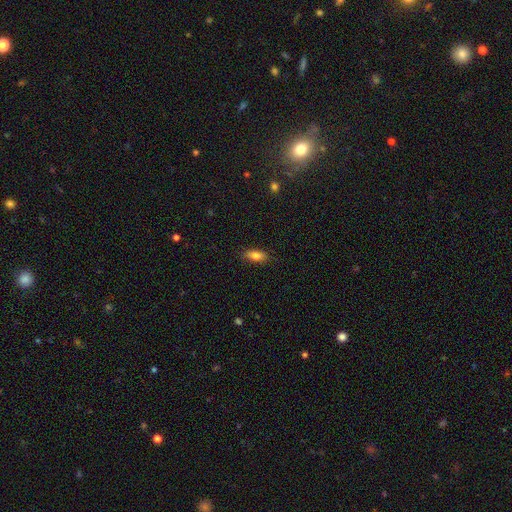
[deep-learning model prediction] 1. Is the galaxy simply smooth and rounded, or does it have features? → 82% smooth, 10% featured or disk, 8% star or artifact.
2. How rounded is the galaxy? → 80% in between, 17% cigar-shaped, 3% round.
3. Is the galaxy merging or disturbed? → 86% none, 10% minor disturbance, 2% major disturbance, 1% merger.